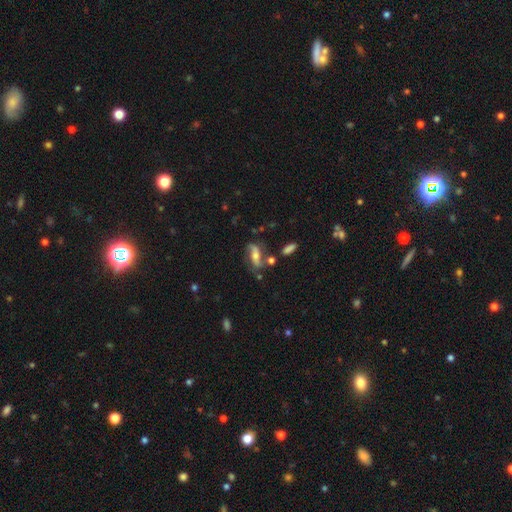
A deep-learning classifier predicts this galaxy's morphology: Smooth or featured? Predicted: featured or disk (p=0.64). Edge-on disk? Predicted: no (p=0.86). Bar? Predicted: no (p=0.41). Spiral arms? Predicted: yes (p=0.88). Bulge size? Predicted: moderate (p=0.53). Merging? Predicted: none (p=0.59).